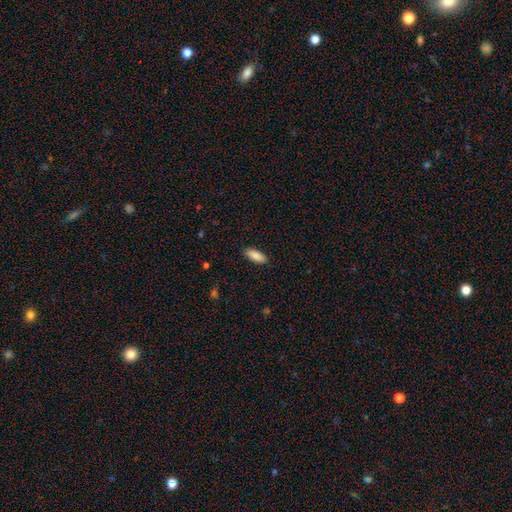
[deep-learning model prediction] Smooth or featured? Predicted: smooth (p=0.88). How rounded? Predicted: in between (p=0.74). Merging? Predicted: none (p=0.89).